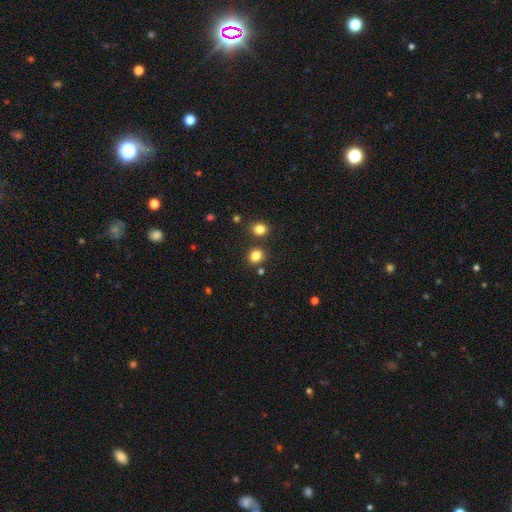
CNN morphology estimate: Smooth or featured: smooth — 83% (star or artifact — 13%)
How rounded: round — 77% (in between — 22%)
Merging: none — 81% (merger — 9%)